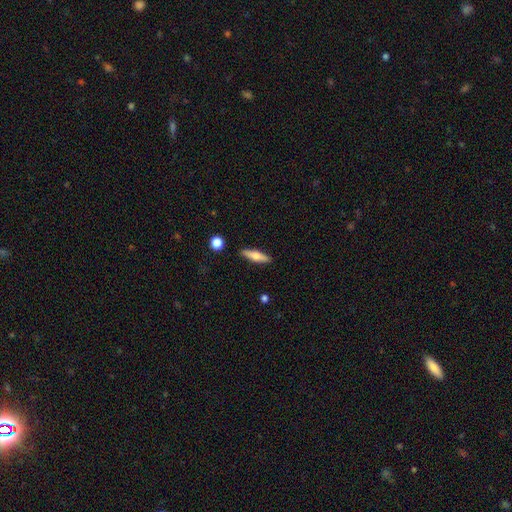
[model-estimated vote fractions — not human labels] A smooth galaxy with no disk features (55%) that is cigar-shaped (68%).

Vote fractions:
- Smooth or featured? smooth: 55% / featured or disk: 39% / star or artifact: 6%
- How rounded? cigar-shaped: 68% / in between: 29% / round: 3%
- Merging? none: 89% / minor disturbance: 8% / merger: 2% / major disturbance: 2%